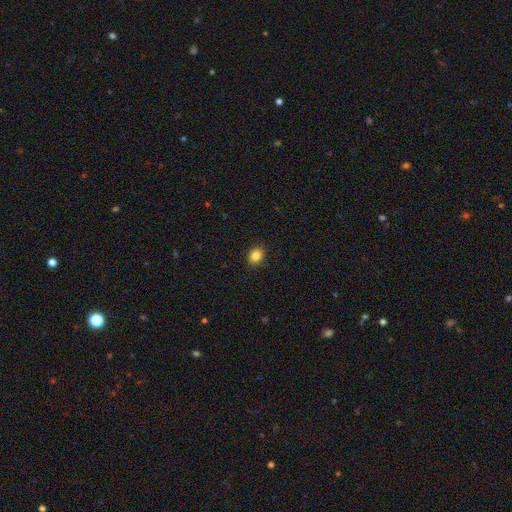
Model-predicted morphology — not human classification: Overall: smooth (84%). How rounded: round (60%; in between 39%). Merging: none (90%).